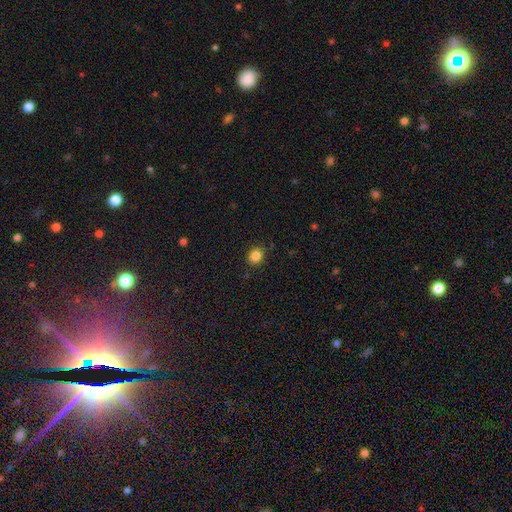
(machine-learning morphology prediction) A smooth galaxy with no disk features (85%) that is round (61%). Merging: none (88%).